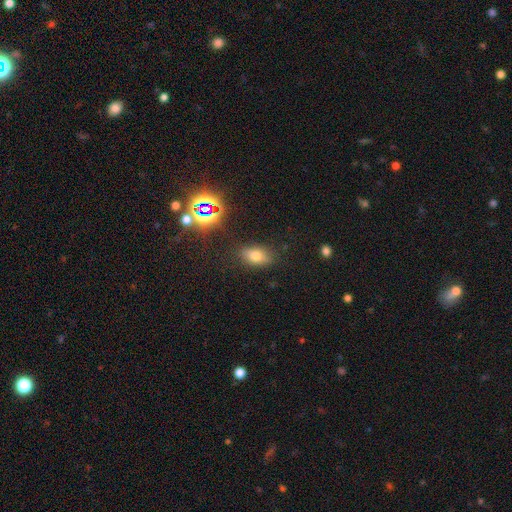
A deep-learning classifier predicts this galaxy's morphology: Overall: smooth (70%). How rounded: in between (84%). Merging: none (81%).